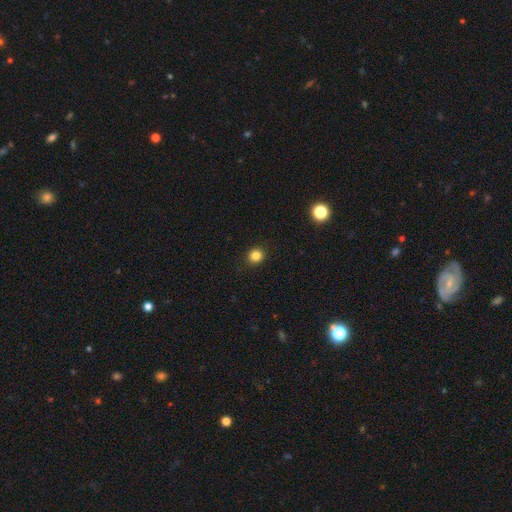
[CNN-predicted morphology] Smooth or featured? smooth (84%)
How rounded? round (86%)
Merging? none (91%)